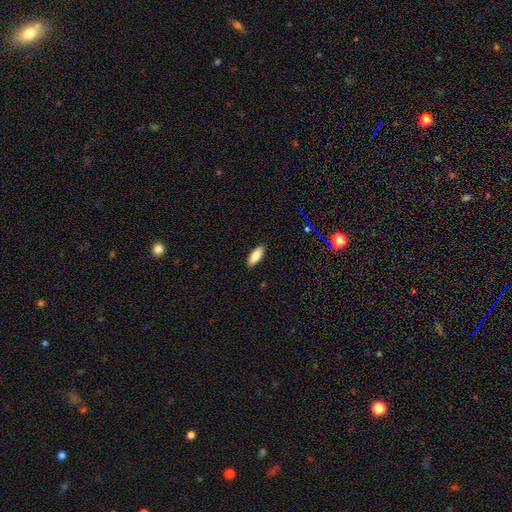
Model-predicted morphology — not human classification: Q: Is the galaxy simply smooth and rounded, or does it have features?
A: smooth — 84%.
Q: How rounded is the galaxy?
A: in between — 67%.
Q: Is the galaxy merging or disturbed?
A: none — 89%.